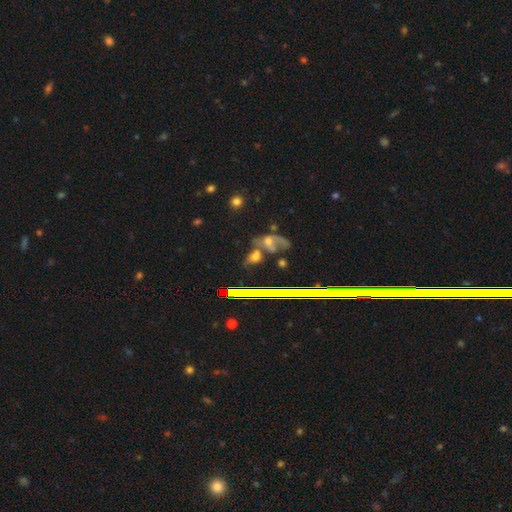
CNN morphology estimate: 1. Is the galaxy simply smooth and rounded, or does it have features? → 37% featured or disk, 34% smooth, 29% star or artifact.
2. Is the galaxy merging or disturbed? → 37% none, 30% merger, 18% major disturbance, 16% minor disturbance.